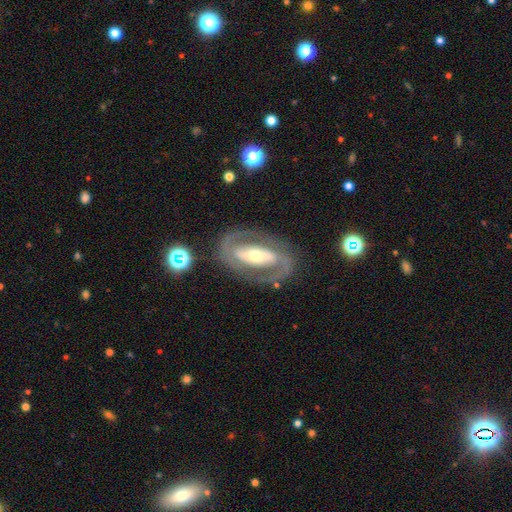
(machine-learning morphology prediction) A featured or disk galaxy (84%) with a strong bar (45%), 2 (87%) medium (44%) spiral arms (82%) and a moderate central bulge (48%). Merging: none (80%).